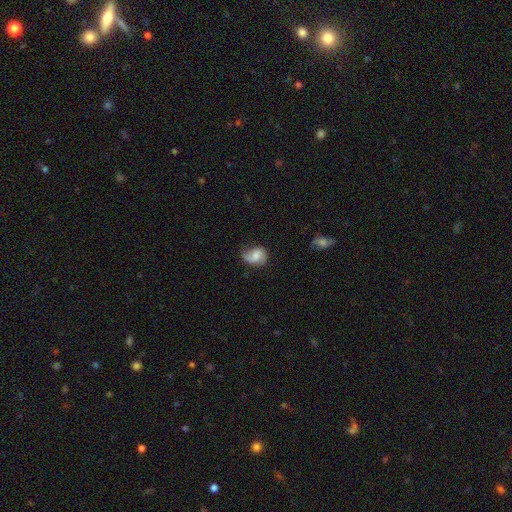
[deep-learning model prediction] featured or disk 48%, smooth 44%, star or artifact 8%. Down the decision tree: merging — none (52%).